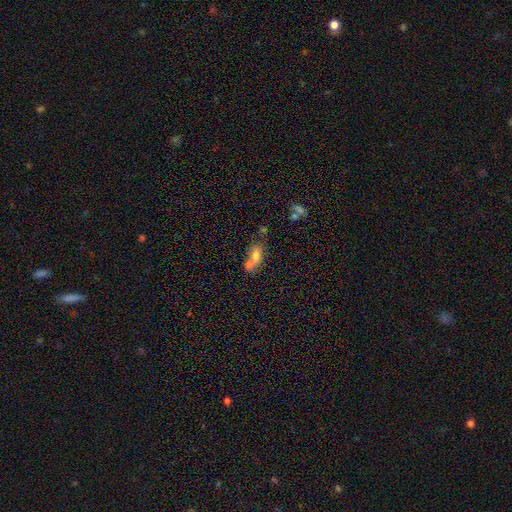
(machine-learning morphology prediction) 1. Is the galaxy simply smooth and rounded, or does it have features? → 73% smooth, 16% featured or disk, 12% star or artifact.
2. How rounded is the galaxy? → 77% in between, 15% round, 8% cigar-shaped.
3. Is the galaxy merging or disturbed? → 50% merger, 33% none, 11% minor disturbance, 6% major disturbance.